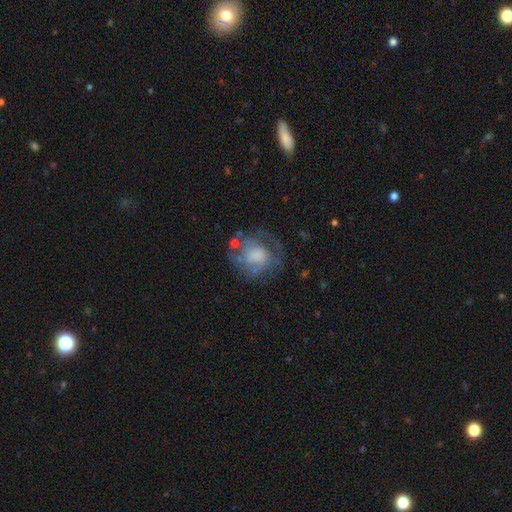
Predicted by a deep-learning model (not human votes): Morphology: type=featured or disk (51%); edge-on=no (98%); bar=no (80%); spiral arms=yes (54%); bulge=large (33%); merging=none (53%).